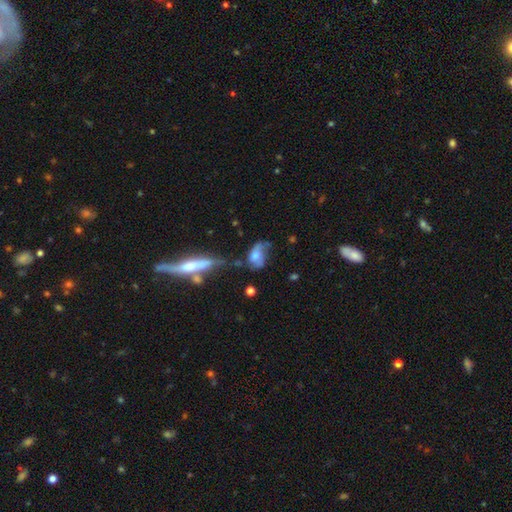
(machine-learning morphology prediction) A smooth galaxy with no disk features (48%).

Vote fractions:
- Smooth or featured? smooth: 48% / featured or disk: 43% / star or artifact: 9%
- Merging? none: 31% / minor disturbance: 30% / major disturbance: 27% / merger: 12%